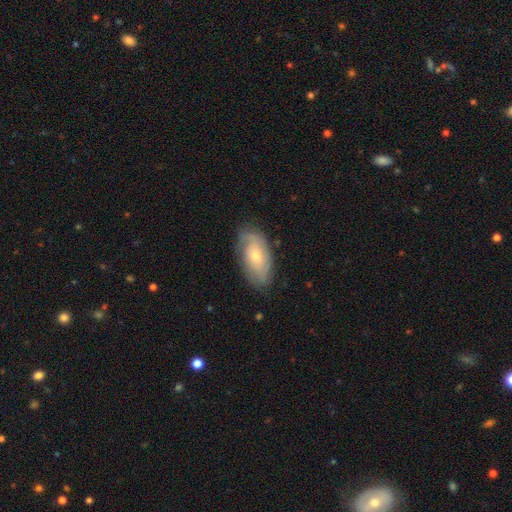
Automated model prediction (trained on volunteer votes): smooth_or_featured: featured or disk (p=0.48) [alt: smooth p=0.45]
merging: none (p=0.75) [alt: minor disturbance p=0.19]